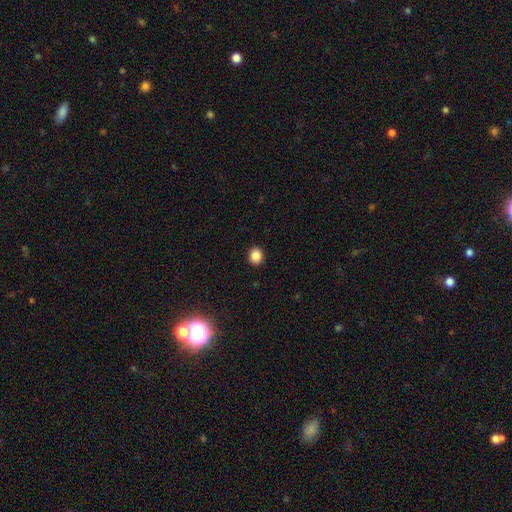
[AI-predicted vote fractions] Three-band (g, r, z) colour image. It shows a smooth galaxy with no disk features (87%) that is round (75%). Merging: none (92%).